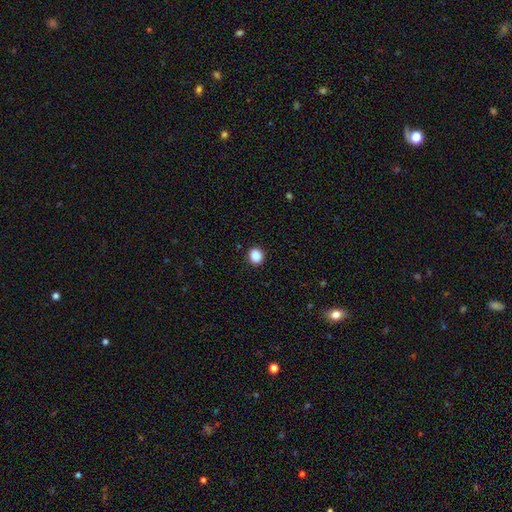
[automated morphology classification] Smooth or featured: smooth — 88% (star or artifact — 10%)
How rounded: round — 84% (in between — 15%)
Merging: none — 92% (minor disturbance — 5%)